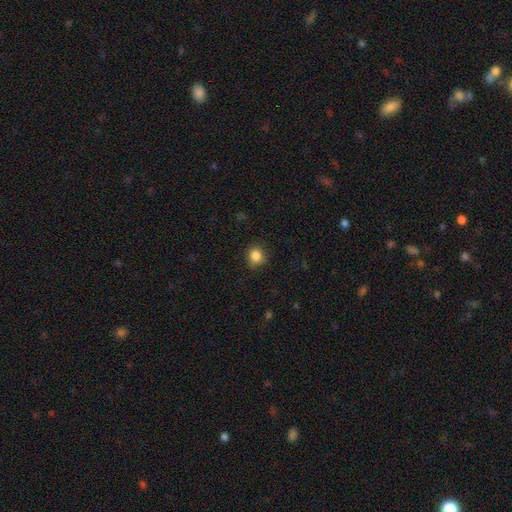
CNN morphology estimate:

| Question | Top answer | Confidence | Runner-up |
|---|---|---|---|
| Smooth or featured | smooth | 84% | star or artifact (11%) |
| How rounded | round | 80% | in between (19%) |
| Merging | none | 80% | minor disturbance (16%) |